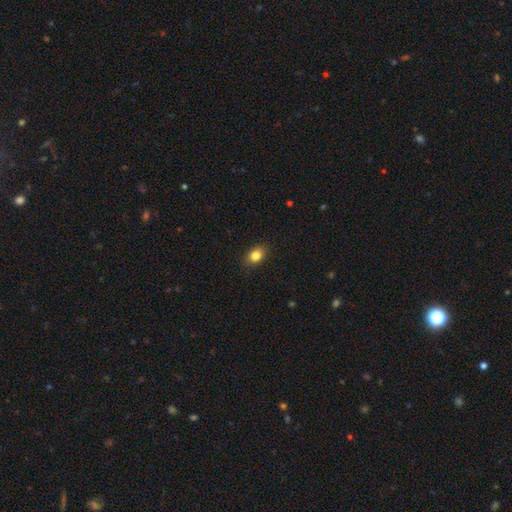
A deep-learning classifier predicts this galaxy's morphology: Overall: smooth (84%). How rounded: in between (72%). Merging: none (86%).